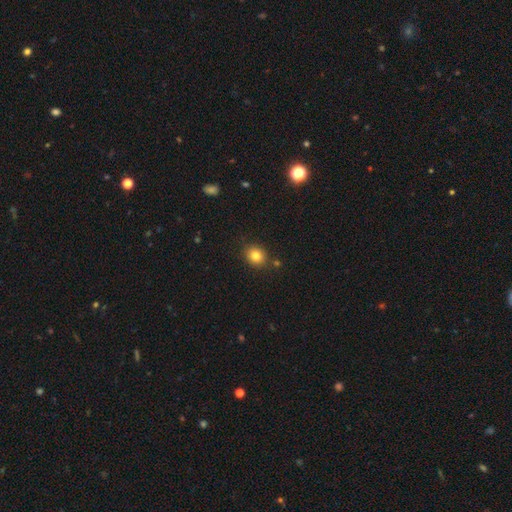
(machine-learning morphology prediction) This is clearly a smooth galaxy (82%). How rounded: likely round (68%). Merging: clearly none (83%).